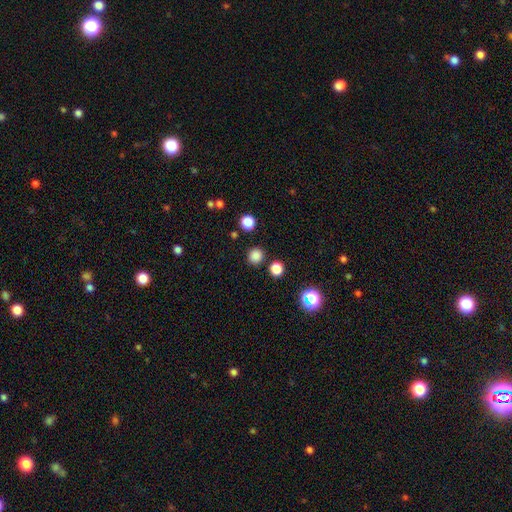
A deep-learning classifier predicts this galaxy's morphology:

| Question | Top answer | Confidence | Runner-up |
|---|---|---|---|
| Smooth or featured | smooth | 82% | star or artifact (14%) |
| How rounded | round | 93% | in between (6%) |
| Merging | none | 88% | minor disturbance (6%) |